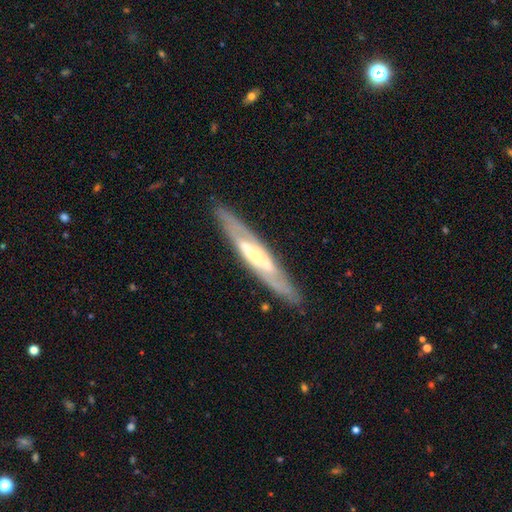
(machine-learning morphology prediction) A featured or disk galaxy (74%) viewed edge-on (56%).

Vote fractions:
- Smooth or featured? featured or disk: 74% / smooth: 21% / star or artifact: 5%
- Edge-on disk? yes: 56% / no: 44%
- Merging? none: 85% / minor disturbance: 11% / major disturbance: 3% / merger: 2%